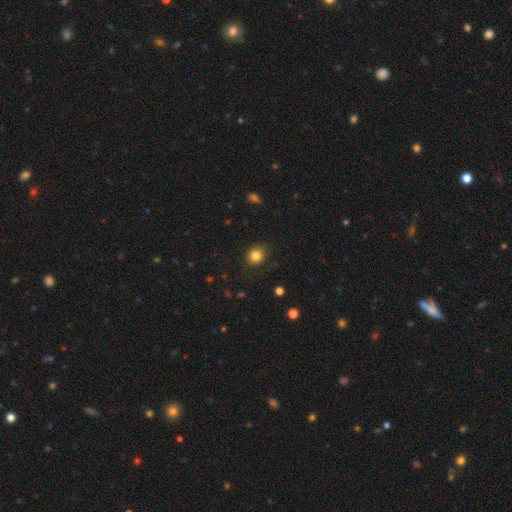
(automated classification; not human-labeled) This is clearly a smooth galaxy (83%). How rounded: likely round (79%). Merging: clearly none (87%).